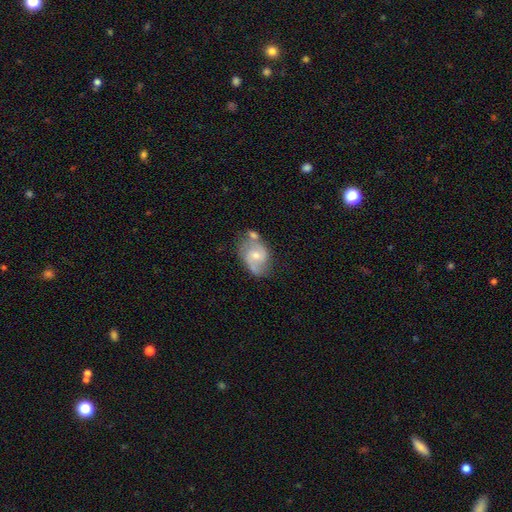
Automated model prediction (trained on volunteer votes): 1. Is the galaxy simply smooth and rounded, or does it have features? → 74% featured or disk, 20% smooth, 6% star or artifact.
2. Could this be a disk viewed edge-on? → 97% no, 3% yes.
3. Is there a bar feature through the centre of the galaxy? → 50% weak, 42% no, 8% strong.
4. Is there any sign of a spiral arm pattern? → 92% yes, 8% no.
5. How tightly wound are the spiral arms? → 53% medium, 26% loose, 21% tight.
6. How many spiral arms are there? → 86% 2, 7% can't tell, 3% 1, 2% 3, 1% 4, 1% more than 4.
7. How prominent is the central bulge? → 50% moderate, 43% small, 3% none, 3% large, 1% dominant.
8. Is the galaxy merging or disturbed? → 53% none, 22% minor disturbance, 18% merger, 8% major disturbance.